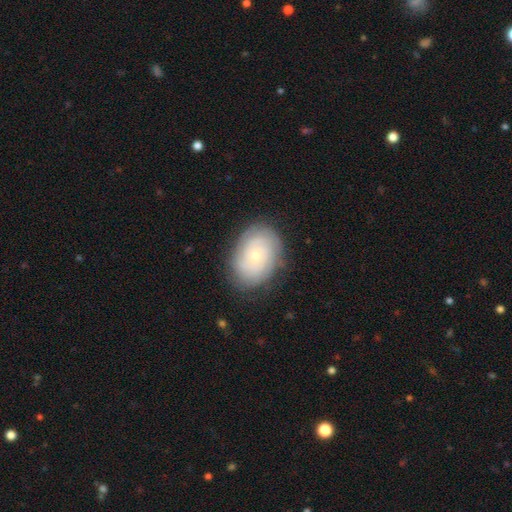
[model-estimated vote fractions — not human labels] This is possibly a featured or disk galaxy (59%). It is clearly not viewed edge-on (96%). Bar: clearly no (85%). Spiral arm pattern: clearly yes (83%). Central bulge: likely small (74%). Merging: clearly none (81%).